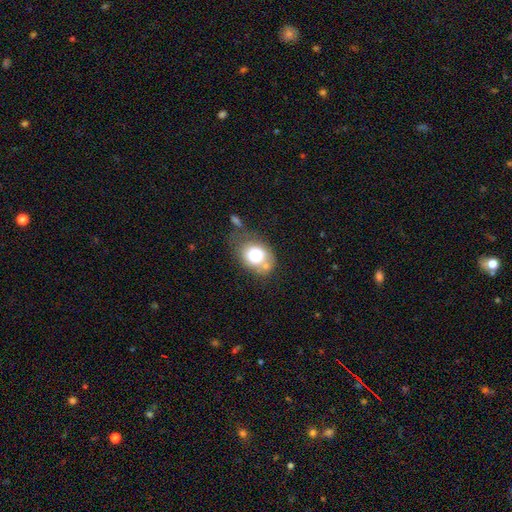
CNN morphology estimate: Smooth or featured?
  - smooth: 74% *
  - featured or disk: 18%
  - star or artifact: 8%
How rounded?
  - in between: 52% *
  - round: 47%
  - cigar-shaped: 1%
Merging?
  - none: 45% *
  - minor disturbance: 23%
  - merger: 19%
  - major disturbance: 12%